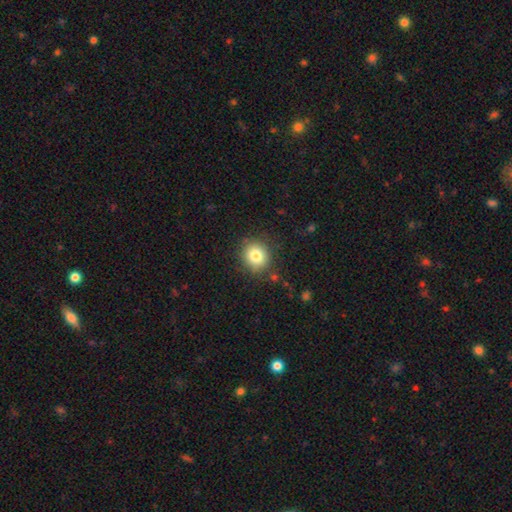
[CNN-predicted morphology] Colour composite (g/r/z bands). It shows a smooth galaxy with no disk features (82%) that is round (85%). Merging: none (86%).